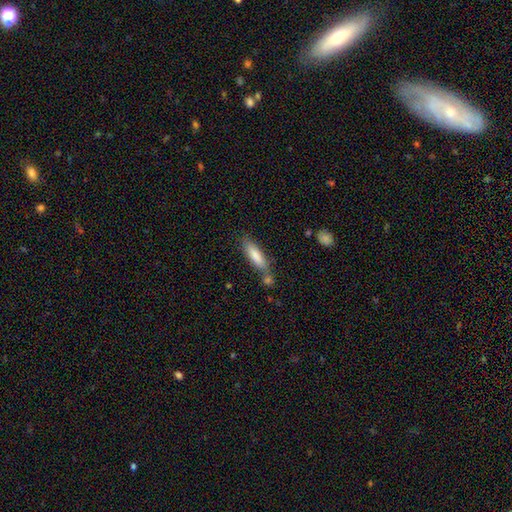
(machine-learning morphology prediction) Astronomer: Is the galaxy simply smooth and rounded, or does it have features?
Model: smooth — 80%.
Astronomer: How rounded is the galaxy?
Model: cigar-shaped — 64%.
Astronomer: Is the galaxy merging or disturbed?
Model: none — 61%.